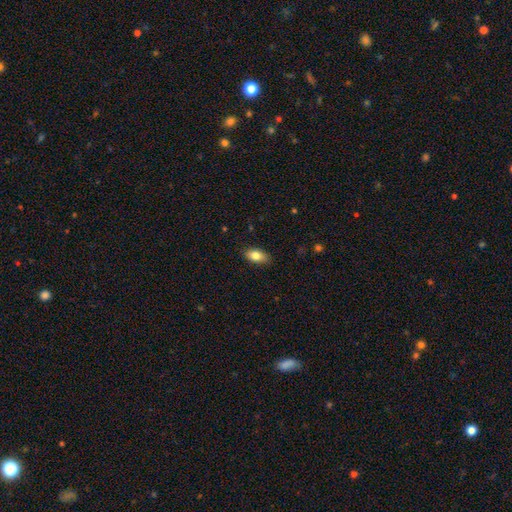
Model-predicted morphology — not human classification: This appears to be a smooth galaxy with no disk features (82%) that is in between round and cigar-shaped (90%). Merging: none (84%).